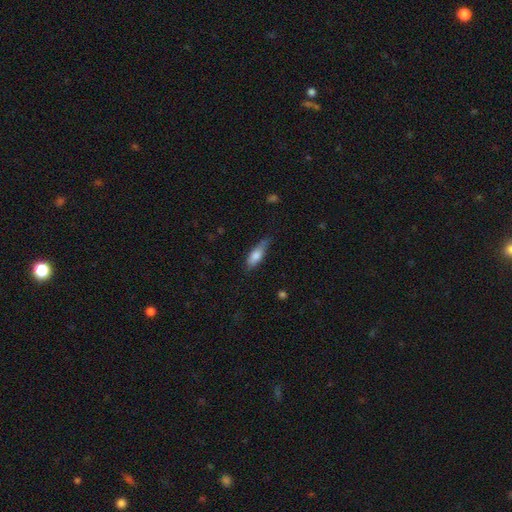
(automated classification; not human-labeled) Overall: smooth (73%). How rounded: in between (56%; cigar-shaped 41%). Merging: none (58%; minor disturbance 32%).